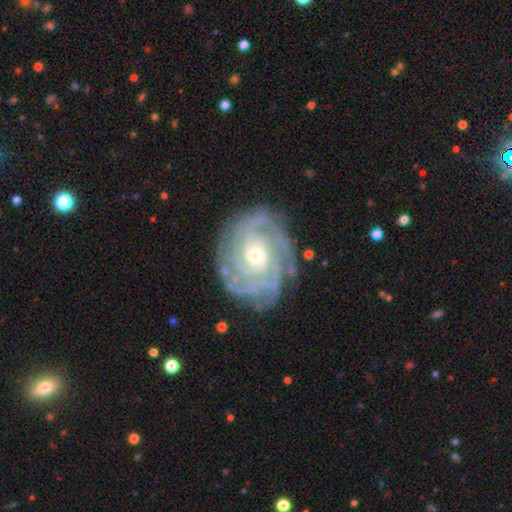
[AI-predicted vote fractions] Overall: featured or disk (89%). Edge-on disk: no (97%). Bar: no (65%; weak 28%). Spiral arms: yes (97%). Spiral arm count: can't tell (29%; 4 22%). Spiral winding: tight (78%). Bulge size: small (57%; moderate 39%). Merging: none (78%).